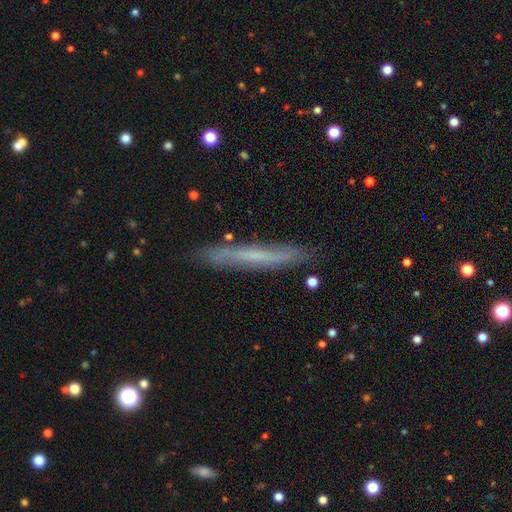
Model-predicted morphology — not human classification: Smooth or featured: featured or disk — 52% (smooth — 40%)
Edge-on disk: yes — 87% (no — 13%)
Merging: none — 85% (minor disturbance — 12%)